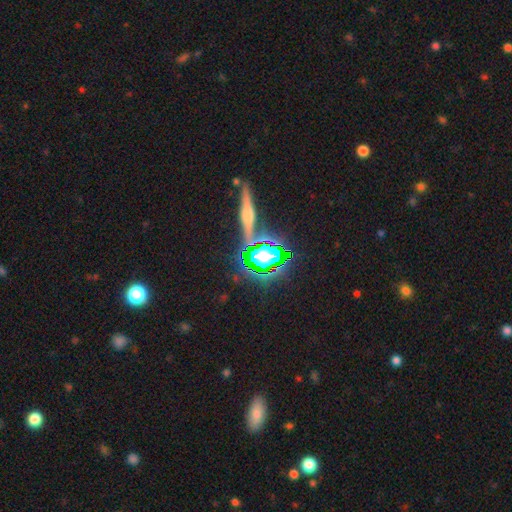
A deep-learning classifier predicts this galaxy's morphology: Smooth or featured?
  - star or artifact: 51% *
  - featured or disk: 30%
  - smooth: 19%